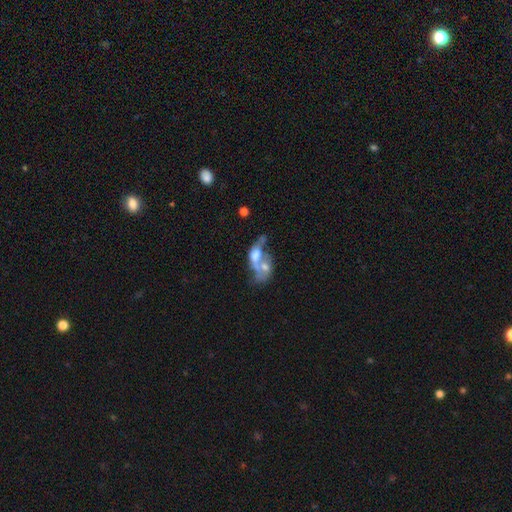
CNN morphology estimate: smooth_or_featured: featured or disk (p=0.48) [alt: smooth p=0.41]
merging: merger (p=0.68) [alt: major disturbance p=0.17]